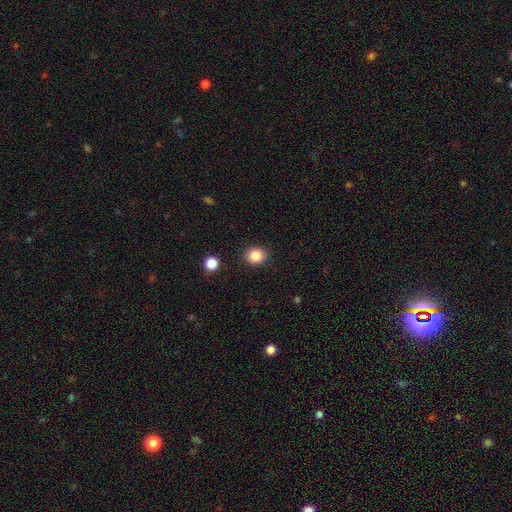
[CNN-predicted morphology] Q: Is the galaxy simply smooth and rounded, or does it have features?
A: smooth — 85%.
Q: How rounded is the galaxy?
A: round — 77%.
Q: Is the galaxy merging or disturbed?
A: none — 90%.